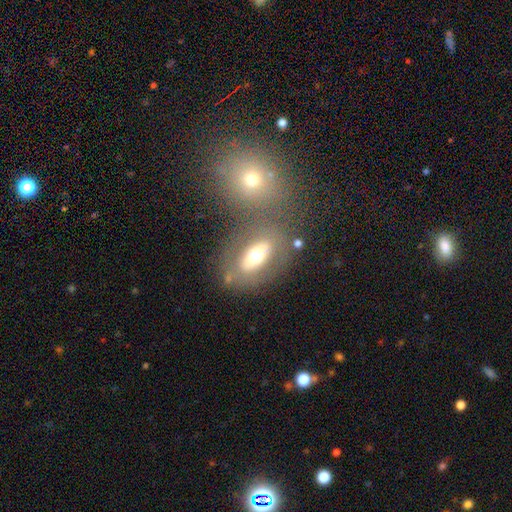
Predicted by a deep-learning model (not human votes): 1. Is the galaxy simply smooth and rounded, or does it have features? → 51% smooth, 41% featured or disk, 9% star or artifact.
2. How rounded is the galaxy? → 84% in between, 11% round, 5% cigar-shaped.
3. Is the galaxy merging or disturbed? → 63% none, 17% merger, 12% minor disturbance, 7% major disturbance.